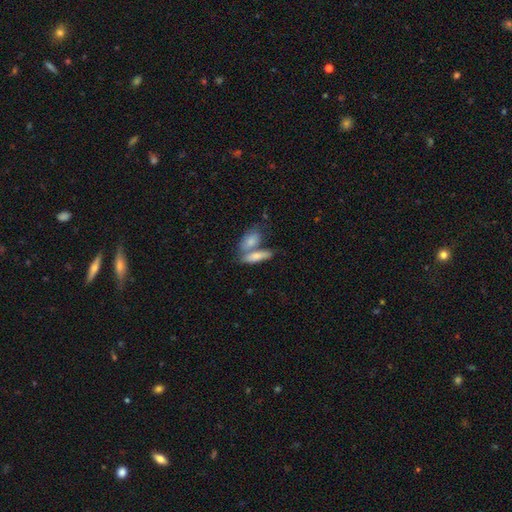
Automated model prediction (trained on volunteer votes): Overall: smooth (75%). How rounded: in between (62%; cigar-shaped 34%). Merging: merger (50%; none 38%).